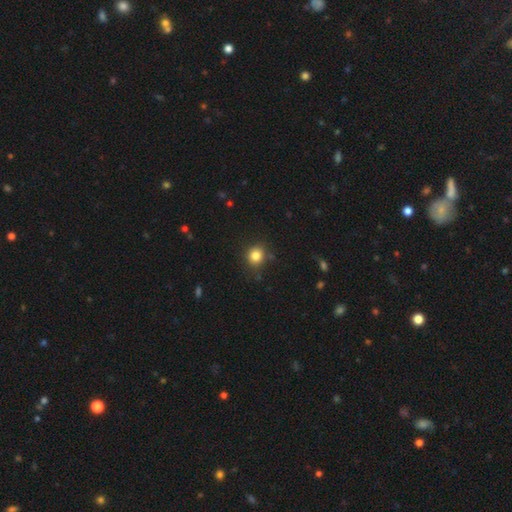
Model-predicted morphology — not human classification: smooth-or-featured: smooth: 83% | star or artifact: 12% | featured or disk: 5%
  how-rounded: round: 84% | in between: 15% | cigar-shaped: 1%
  merging: none: 84% | minor disturbance: 11% | major disturbance: 3% | merger: 2%